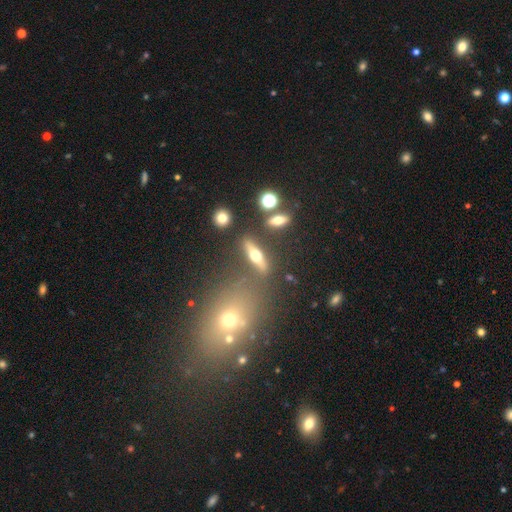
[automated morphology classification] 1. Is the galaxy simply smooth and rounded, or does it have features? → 50% featured or disk, 40% smooth, 10% star or artifact.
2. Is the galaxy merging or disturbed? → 76% none, 11% minor disturbance, 8% merger, 5% major disturbance.